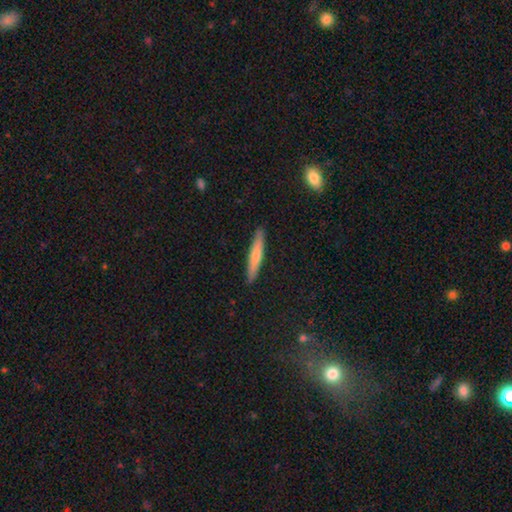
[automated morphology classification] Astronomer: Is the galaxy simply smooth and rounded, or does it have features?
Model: smooth — 64%.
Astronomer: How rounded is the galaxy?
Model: cigar-shaped — 93%.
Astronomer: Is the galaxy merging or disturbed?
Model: none — 91%.